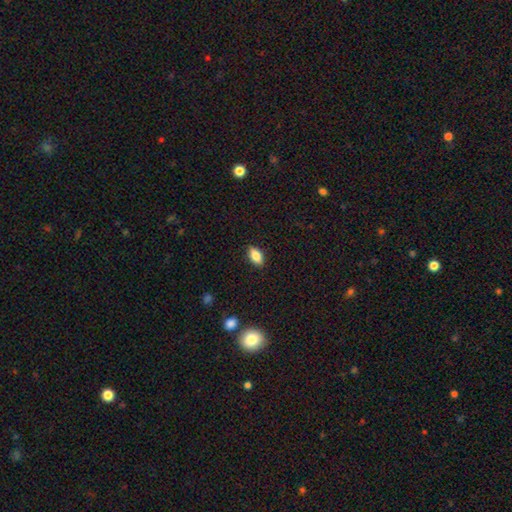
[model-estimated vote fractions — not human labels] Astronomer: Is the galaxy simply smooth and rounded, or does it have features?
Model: smooth — 80%.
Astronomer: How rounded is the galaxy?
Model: in between — 88%.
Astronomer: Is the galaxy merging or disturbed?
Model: none — 87%.